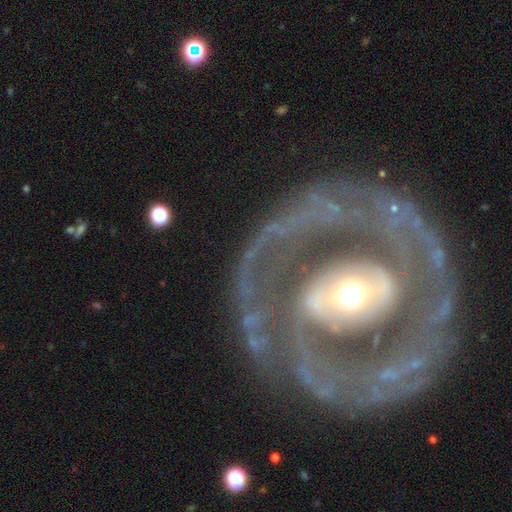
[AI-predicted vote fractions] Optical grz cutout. It shows a featured or disk galaxy (84%) with no bar (41%), 2 (65%) tight (45%) spiral arms (75%) and a moderate central bulge (64%). Merging: none (71%).